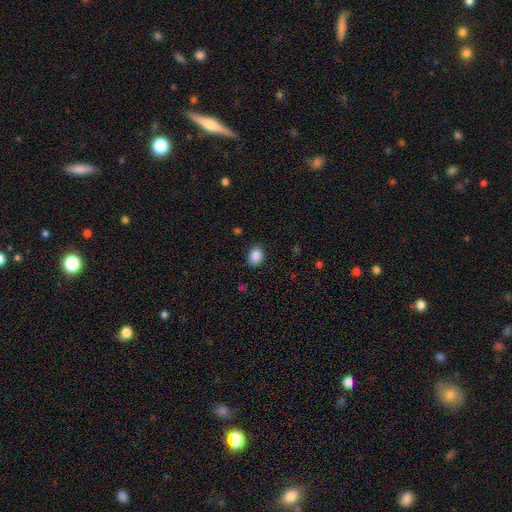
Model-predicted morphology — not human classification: A smooth galaxy with no disk features (88%) that is in between round and cigar-shaped (59%). Merging: none (84%).